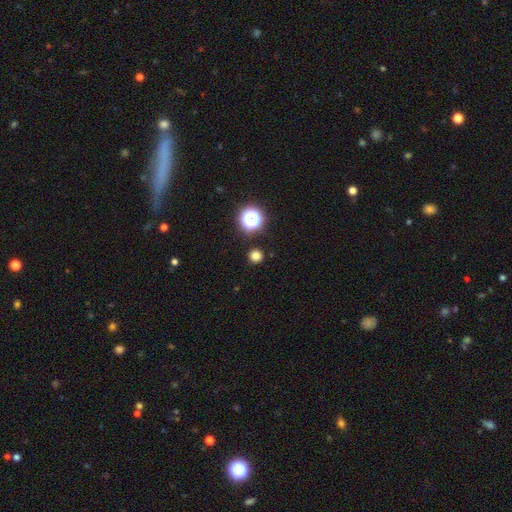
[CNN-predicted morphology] type=smooth (77%); roundness=round (95%); merging=none (91%).